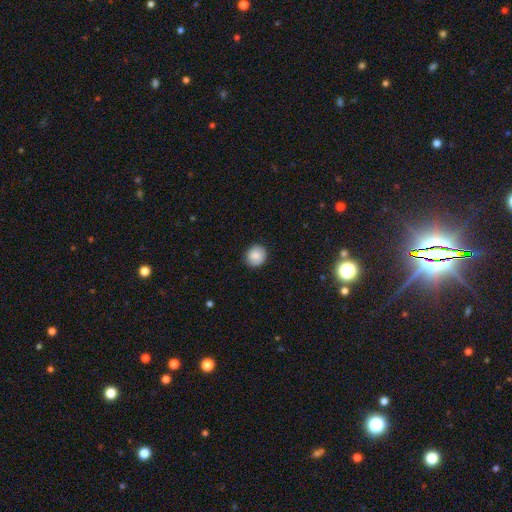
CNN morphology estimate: Smooth or featured? smooth (87%)
How rounded? round (85%)
Merging? none (88%)